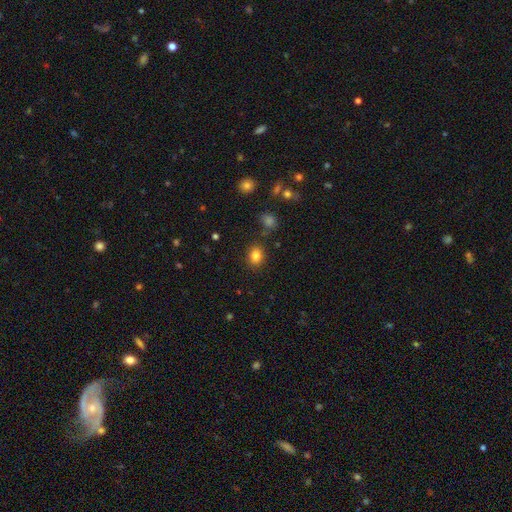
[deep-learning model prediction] Smooth or featured: smooth — 83% (star or artifact — 11%)
How rounded: round — 51% (in between — 48%)
Merging: none — 84% (minor disturbance — 10%)